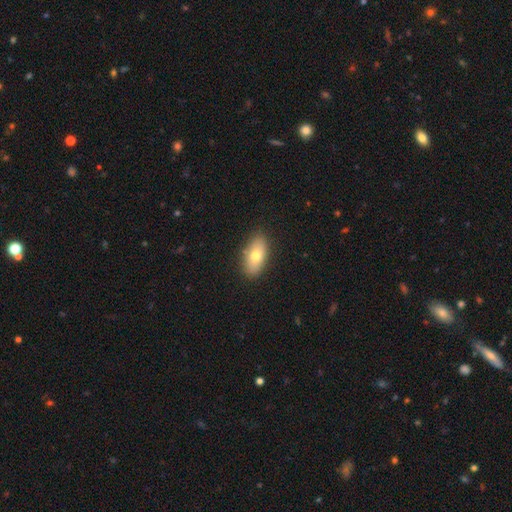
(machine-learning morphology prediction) Smooth or featured? Predicted: smooth (p=0.72). How rounded? Predicted: in between (p=0.87). Merging? Predicted: none (p=0.87).